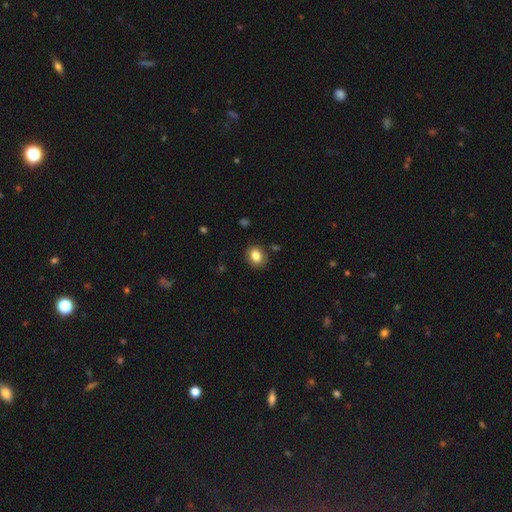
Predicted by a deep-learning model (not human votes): Smooth or featured? smooth (83%)
How rounded? in between (50%)
Merging? none (85%)